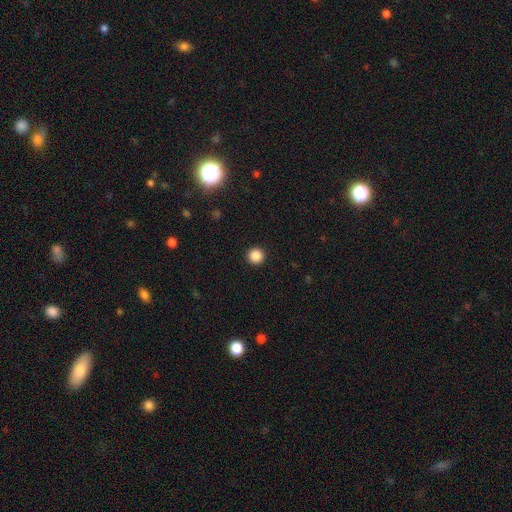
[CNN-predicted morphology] smooth-or-featured: smooth: 87% | star or artifact: 11% | featured or disk: 3%
  how-rounded: round: 96% | in between: 3% | cigar-shaped: 1%
  merging: none: 93% | minor disturbance: 4% | major disturbance: 2% | merger: 1%